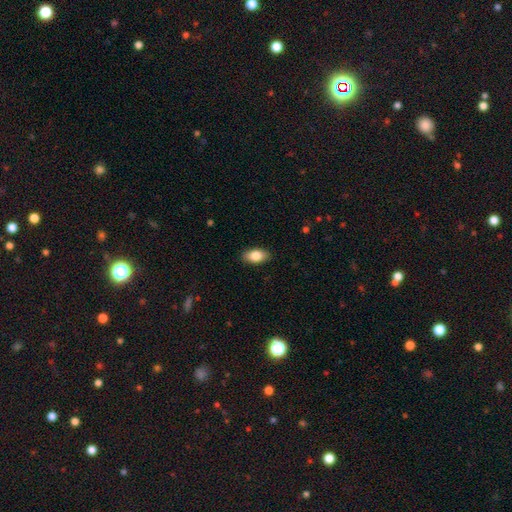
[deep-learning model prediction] A smooth galaxy with no disk features (84%) that is in between round and cigar-shaped (92%).

Vote fractions:
- Smooth or featured? smooth: 84% / featured or disk: 9% / star or artifact: 7%
- How rounded? in between: 92% / round: 5% / cigar-shaped: 3%
- Merging? none: 89% / minor disturbance: 9% / major disturbance: 2% / merger: 1%